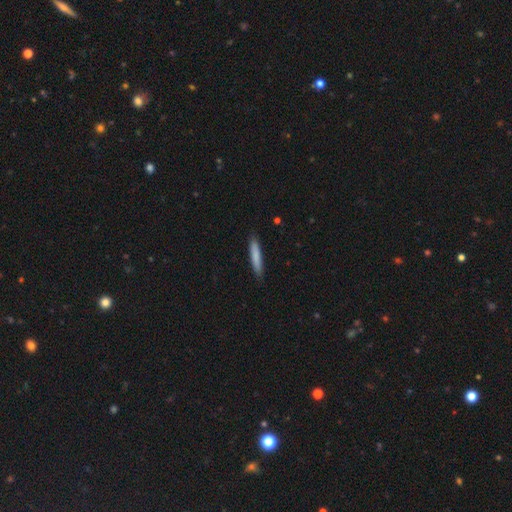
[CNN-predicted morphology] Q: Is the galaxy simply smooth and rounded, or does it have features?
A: smooth — 80%.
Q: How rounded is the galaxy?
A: cigar-shaped — 92%.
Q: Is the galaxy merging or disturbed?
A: none — 87%.